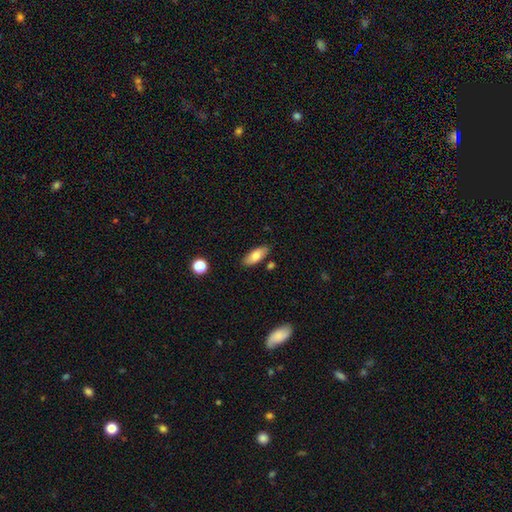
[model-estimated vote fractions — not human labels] A smooth galaxy with no disk features (78%) that is in between round and cigar-shaped (82%). Merging: none (82%).